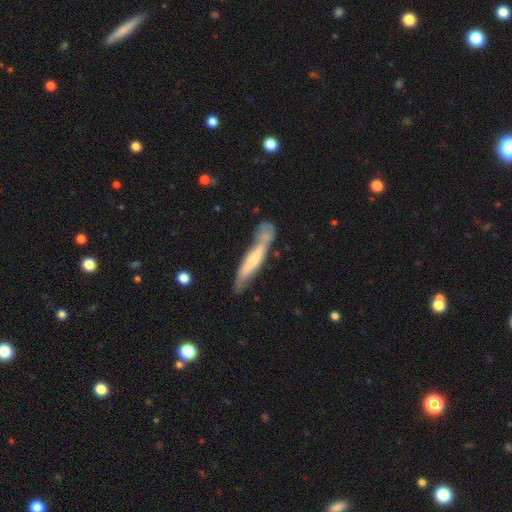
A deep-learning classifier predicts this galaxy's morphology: type=featured or disk (58%); edge-on=yes (68%); merging=none (59%).